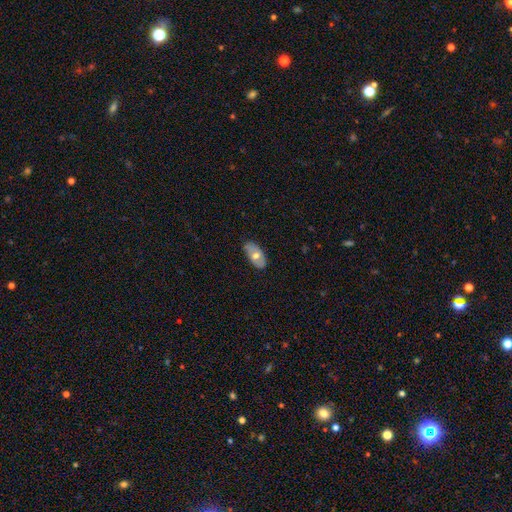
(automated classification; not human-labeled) A smooth galaxy with no disk features (58%) that is in between round and cigar-shaped (92%). Merging: none (77%).